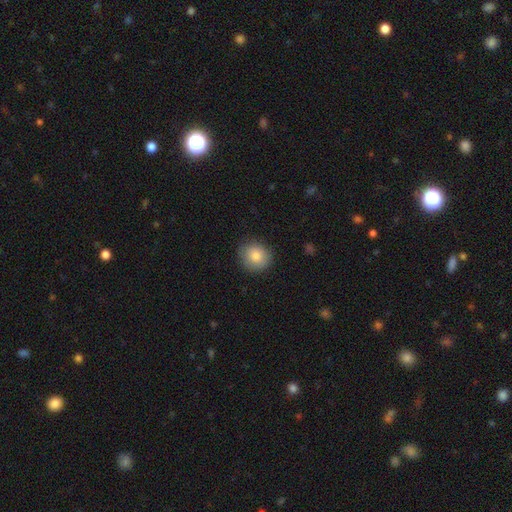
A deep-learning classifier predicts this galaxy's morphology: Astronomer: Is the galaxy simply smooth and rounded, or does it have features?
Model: smooth — 84%.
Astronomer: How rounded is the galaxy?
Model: round — 84%.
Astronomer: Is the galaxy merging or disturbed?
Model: none — 87%.